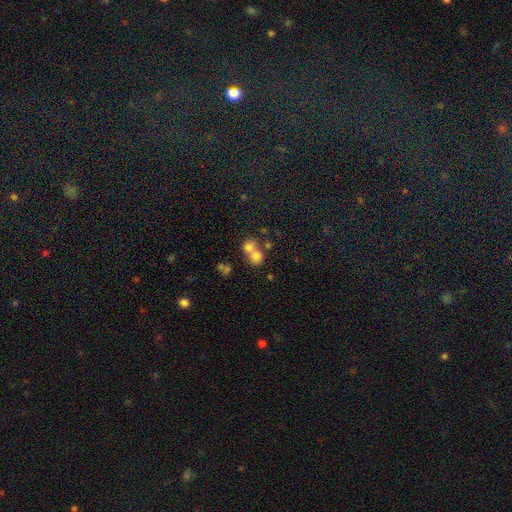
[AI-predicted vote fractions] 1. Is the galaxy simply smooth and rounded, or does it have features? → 73% smooth, 14% featured or disk, 13% star or artifact.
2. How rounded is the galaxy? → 78% round, 21% in between, 1% cigar-shaped.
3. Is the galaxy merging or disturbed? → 60% merger, 32% none, 5% minor disturbance, 3% major disturbance.